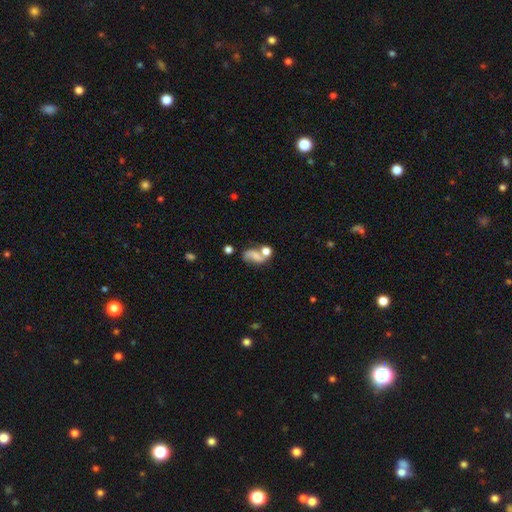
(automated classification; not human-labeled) Smooth or featured? Predicted: featured or disk (p=0.56). Edge-on disk? Predicted: no (p=0.96). Bar? Predicted: no (p=0.58). Spiral arms? Predicted: yes (p=0.82). Bulge size? Predicted: none (p=0.39). Merging? Predicted: none (p=0.38).